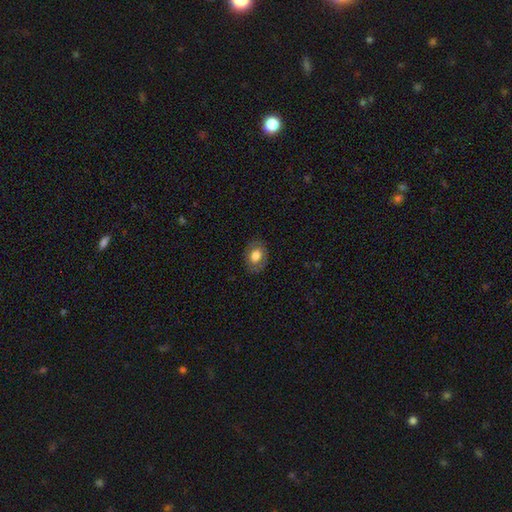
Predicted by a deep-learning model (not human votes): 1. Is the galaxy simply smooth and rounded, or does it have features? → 74% smooth, 19% featured or disk, 8% star or artifact.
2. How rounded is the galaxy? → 71% in between, 28% round, 1% cigar-shaped.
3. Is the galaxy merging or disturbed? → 83% none, 12% minor disturbance, 4% major disturbance, 1% merger.